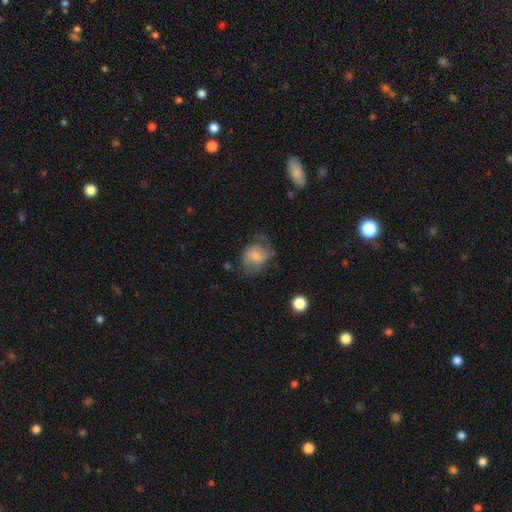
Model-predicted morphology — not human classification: Smooth or featured? Predicted: smooth (p=0.60). How rounded? Predicted: in between (p=0.51). Merging? Predicted: none (p=0.48).